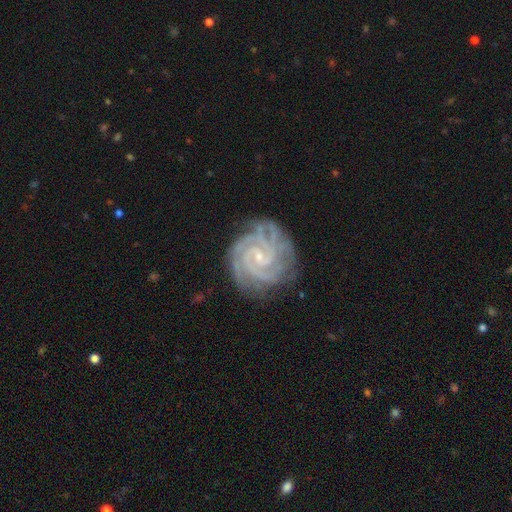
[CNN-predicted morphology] This appears to be a featured or disk galaxy (86%) with no bar (53%), 4 (27%) tight (81%) spiral arms (98%) and a small central bulge (77%). Merging: none (82%).